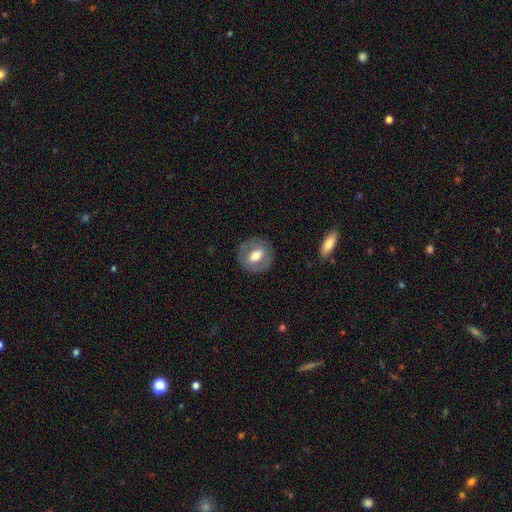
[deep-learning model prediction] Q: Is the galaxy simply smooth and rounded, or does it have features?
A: smooth — 52%.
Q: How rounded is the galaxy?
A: round — 68%.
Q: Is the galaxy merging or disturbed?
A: none — 84%.